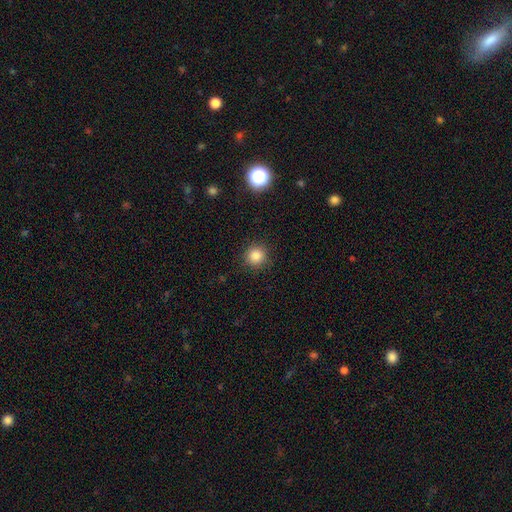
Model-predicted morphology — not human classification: Overall: smooth (83%). How rounded: round (93%). Merging: none (89%).